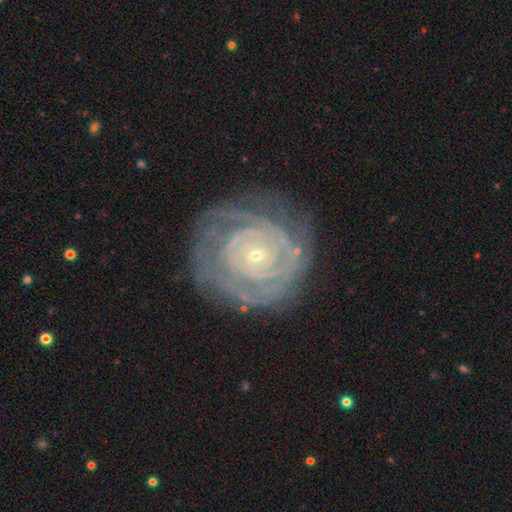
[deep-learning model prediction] Smooth or featured? featured or disk (87%)
Edge-on disk? no (97%)
Bar? no (79%)
Spiral arms? yes (95%)
Spiral winding? tight (85%)
Spiral arm count? can't tell (30%)
Bulge size? small (82%)
Merging? none (74%)